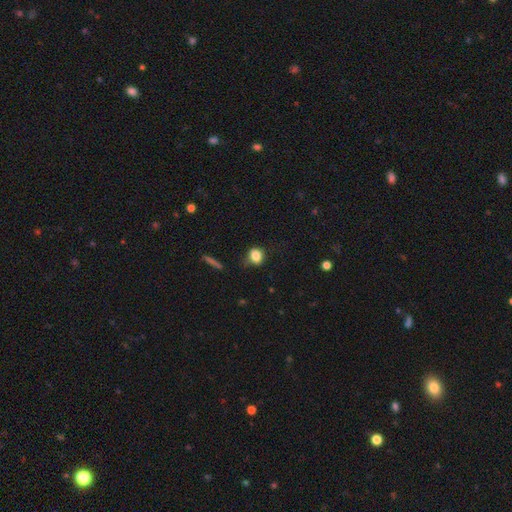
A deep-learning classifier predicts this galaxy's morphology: The model was most divided on "how rounded": round: 62%, in between: 36%, cigar-shaped: 2%. More confident: smooth or featured — smooth (82%); merging — none (67%).